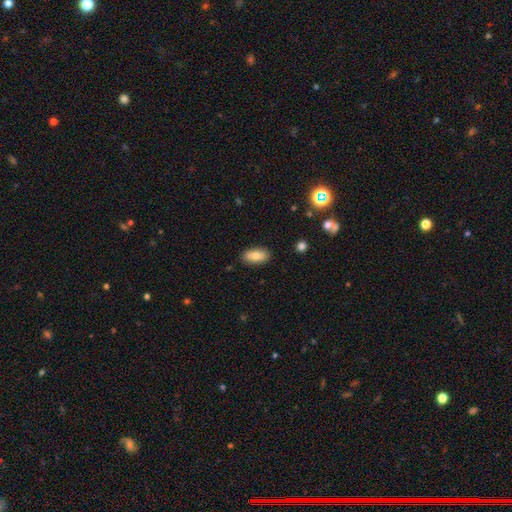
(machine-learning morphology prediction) type=smooth (79%); roundness=in between (90%); merging=none (87%).